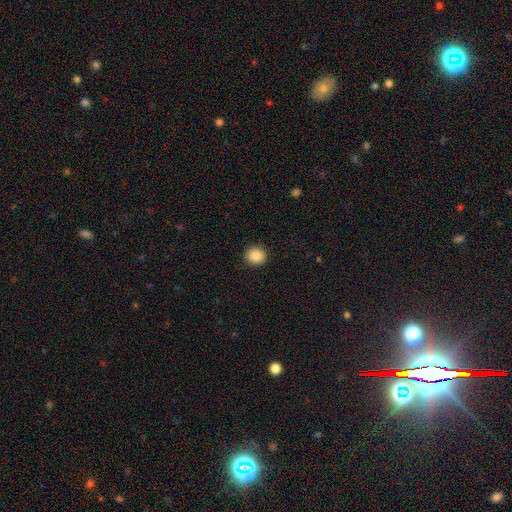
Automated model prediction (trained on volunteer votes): Smooth or featured? smooth (89%)
How rounded? round (83%)
Merging? none (92%)